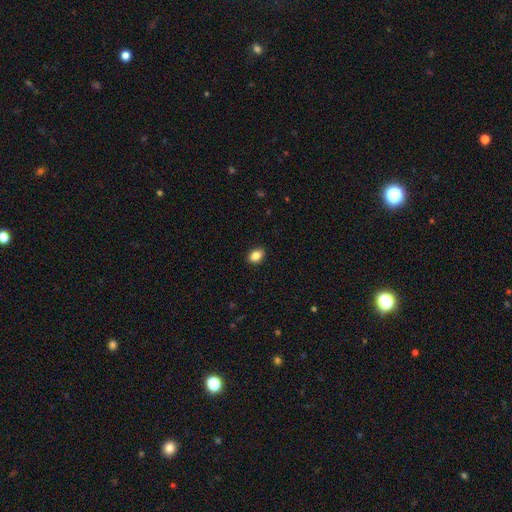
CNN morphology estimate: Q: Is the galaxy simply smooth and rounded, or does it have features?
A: smooth — 86%.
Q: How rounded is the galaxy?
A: in between — 78%.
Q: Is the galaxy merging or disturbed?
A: none — 88%.